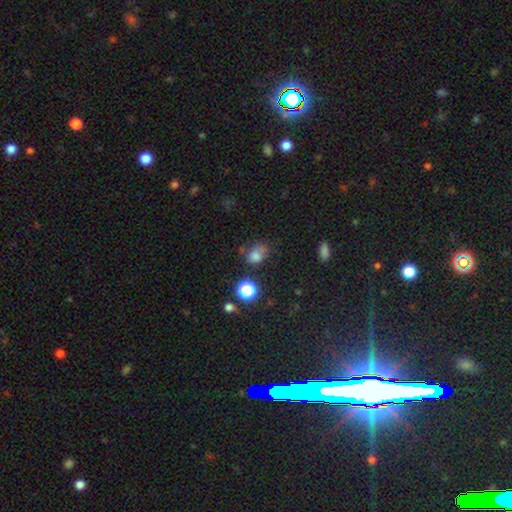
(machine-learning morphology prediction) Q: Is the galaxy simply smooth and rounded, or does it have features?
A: smooth — 71%.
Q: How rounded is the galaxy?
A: round — 52%.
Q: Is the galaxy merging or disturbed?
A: none — 47%.